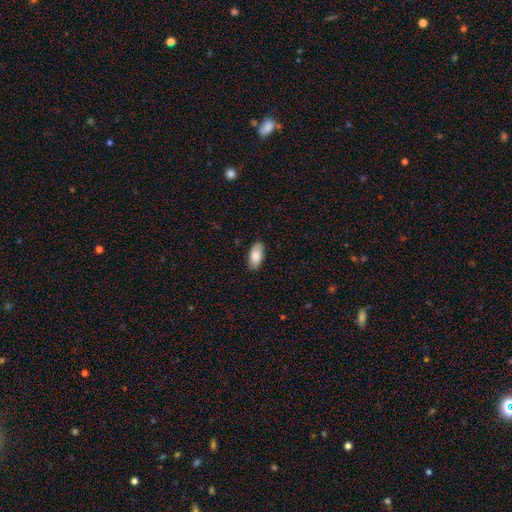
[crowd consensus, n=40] smooth 90%, featured or disk 10%, star or artifact 0%. Down the decision tree: how rounded — in between (97%); merging — none (82%).